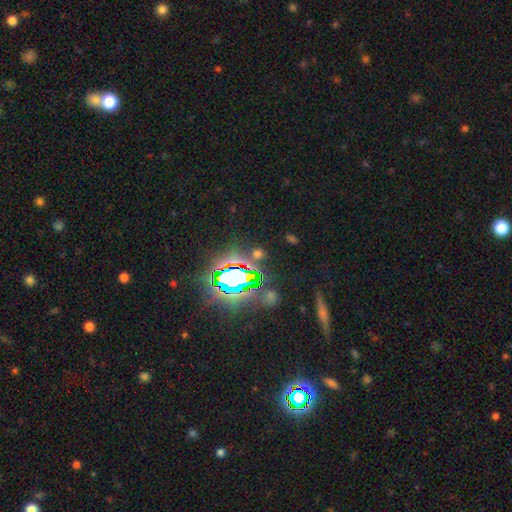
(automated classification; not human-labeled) Smooth or featured? star or artifact (75%)